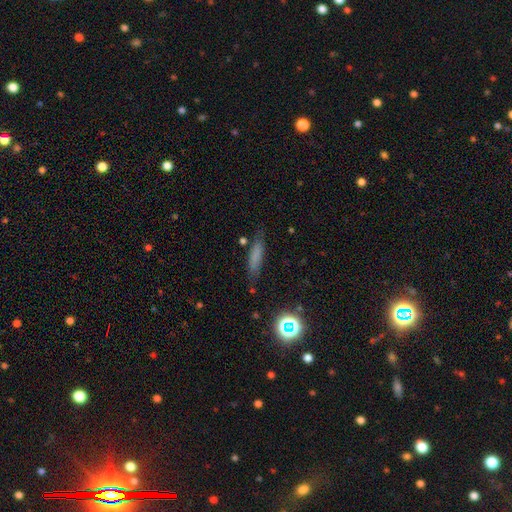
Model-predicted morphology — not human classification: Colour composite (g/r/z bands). It shows a smooth galaxy with no disk features (68%) that is cigar-shaped (75%). Merging: none (74%).